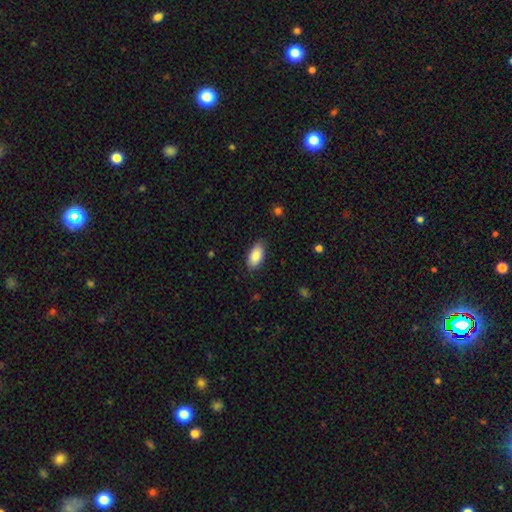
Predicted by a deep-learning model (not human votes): smooth-or-featured: smooth: 89% | star or artifact: 6% | featured or disk: 5%
  how-rounded: in between: 94% | cigar-shaped: 4% | round: 2%
  merging: none: 85% | minor disturbance: 11% | major disturbance: 2% | merger: 1%